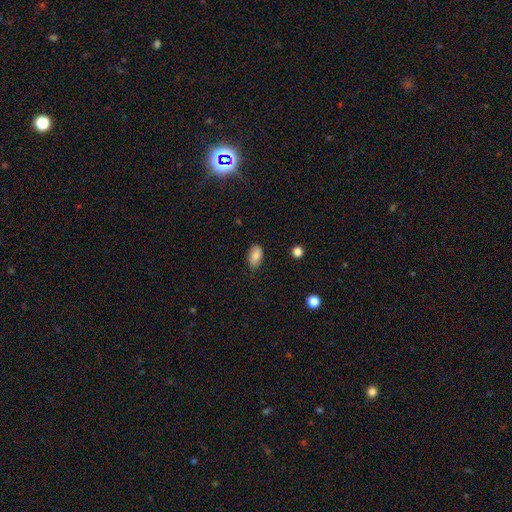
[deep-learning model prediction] A smooth galaxy with no disk features (84%) that is in between round and cigar-shaped (91%).

Vote fractions:
- Smooth or featured? smooth: 84% / featured or disk: 8% / star or artifact: 8%
- How rounded? in between: 91% / round: 7% / cigar-shaped: 2%
- Merging? none: 82% / minor disturbance: 14% / major disturbance: 2% / merger: 1%